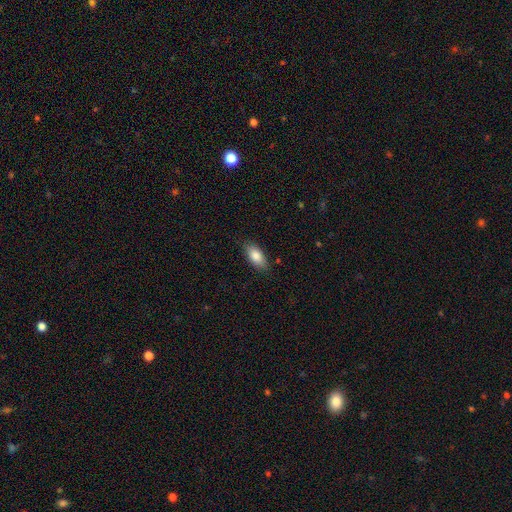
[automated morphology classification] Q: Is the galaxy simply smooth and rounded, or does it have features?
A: smooth — 84%.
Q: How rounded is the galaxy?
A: in between — 89%.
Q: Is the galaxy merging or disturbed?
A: none — 84%.